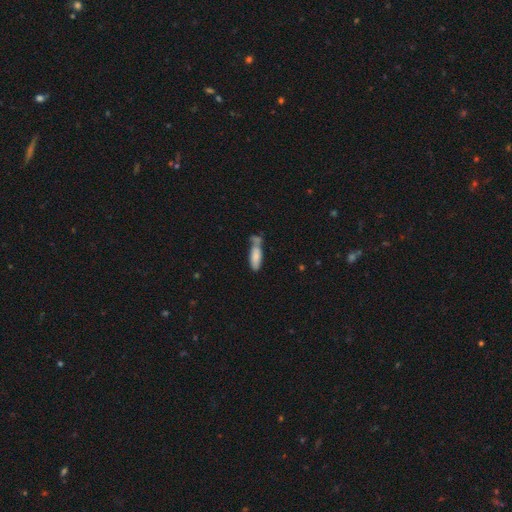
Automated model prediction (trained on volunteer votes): This appears to be a smooth galaxy with no disk features (79%) that is in between round and cigar-shaped (57%). Merging: none (36%).